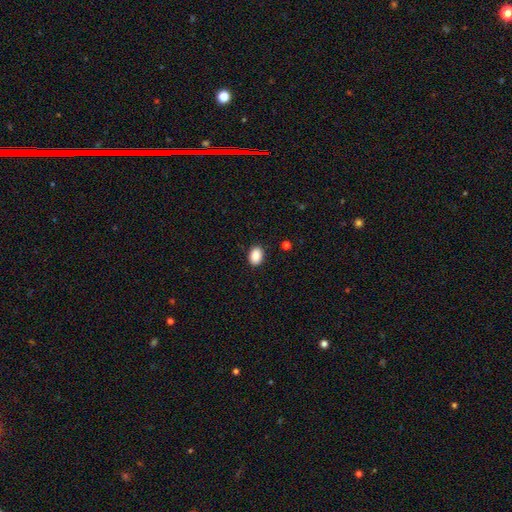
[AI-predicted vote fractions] Smooth or featured? smooth (88%)
How rounded? in between (72%)
Merging? none (89%)